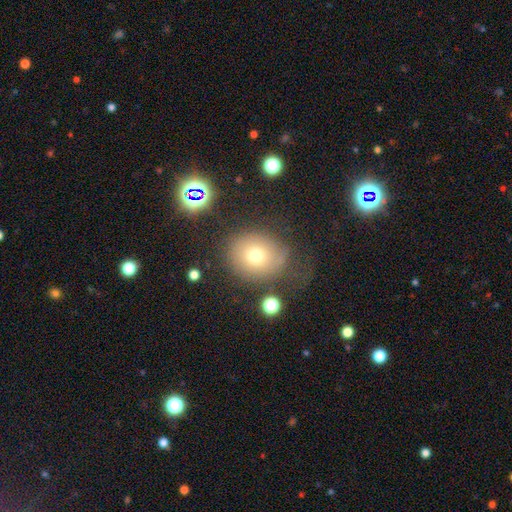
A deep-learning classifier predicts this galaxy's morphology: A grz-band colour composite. It shows a smooth galaxy with no disk features (65%) that is round (73%). Merging: none (59%).